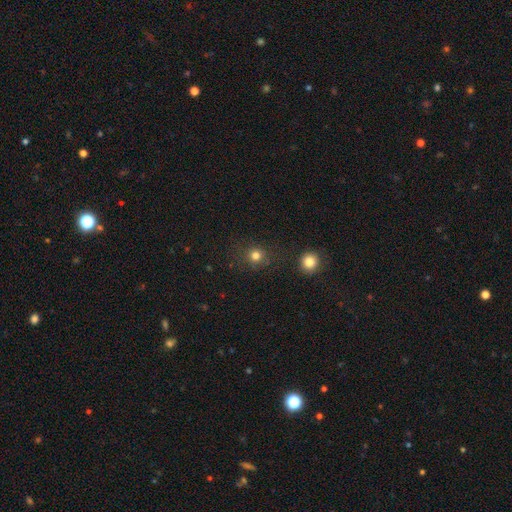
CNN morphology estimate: Overall: smooth (78%). How rounded: round (90%). Merging: none (83%).